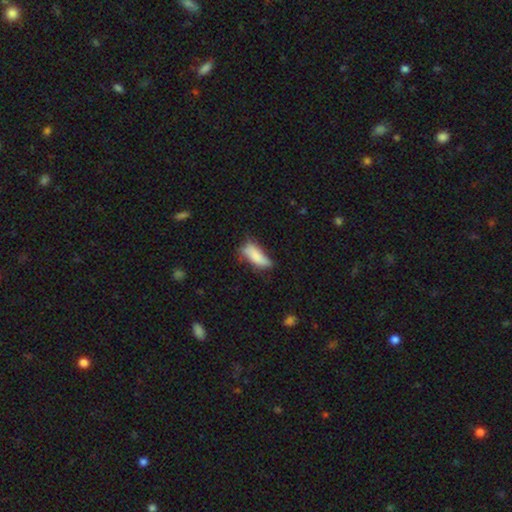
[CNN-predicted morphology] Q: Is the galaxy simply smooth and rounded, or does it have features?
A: smooth — 81%.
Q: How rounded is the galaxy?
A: in between — 70%.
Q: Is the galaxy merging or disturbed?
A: none — 47%.